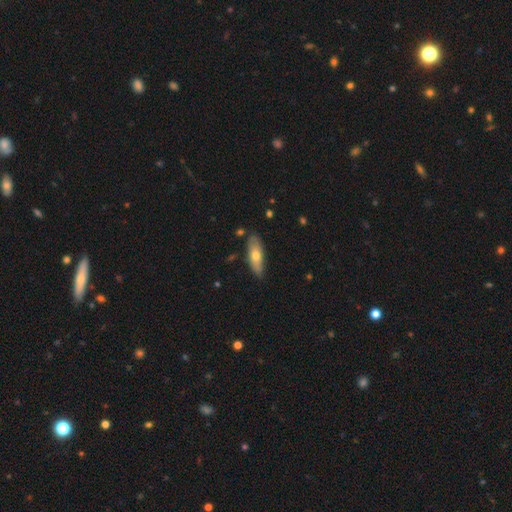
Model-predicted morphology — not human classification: Smooth or featured?
  - smooth: 60% *
  - featured or disk: 34%
  - star or artifact: 6%
How rounded?
  - in between: 61% *
  - cigar-shaped: 37%
  - round: 3%
Merging?
  - none: 79% *
  - minor disturbance: 16%
  - major disturbance: 2%
  - merger: 2%